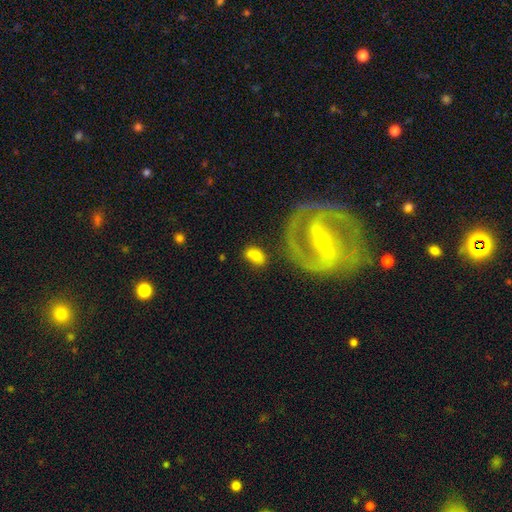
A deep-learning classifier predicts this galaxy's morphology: Smooth or featured?
  - smooth: 63% *
  - featured or disk: 29%
  - star or artifact: 8%
How rounded?
  - in between: 85% *
  - round: 13%
  - cigar-shaped: 2%
Merging?
  - none: 56% *
  - minor disturbance: 17%
  - merger: 16%
  - major disturbance: 10%